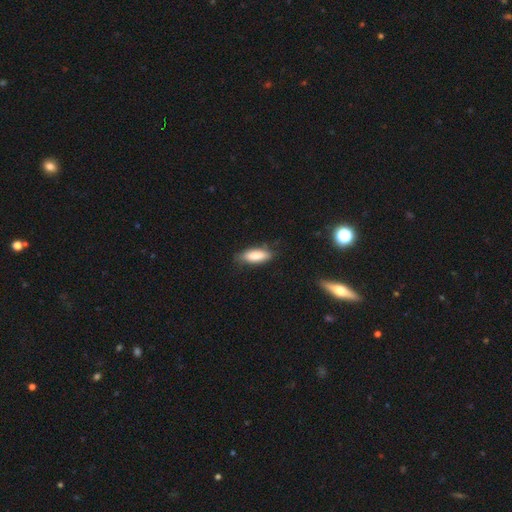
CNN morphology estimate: A smooth galaxy with no disk features (83%) that is in between round and cigar-shaped (70%).

Vote fractions:
- Smooth or featured? smooth: 83% / featured or disk: 11% / star or artifact: 6%
- How rounded? in between: 70% / cigar-shaped: 28% / round: 2%
- Merging? none: 75% / minor disturbance: 20% / major disturbance: 4% / merger: 1%